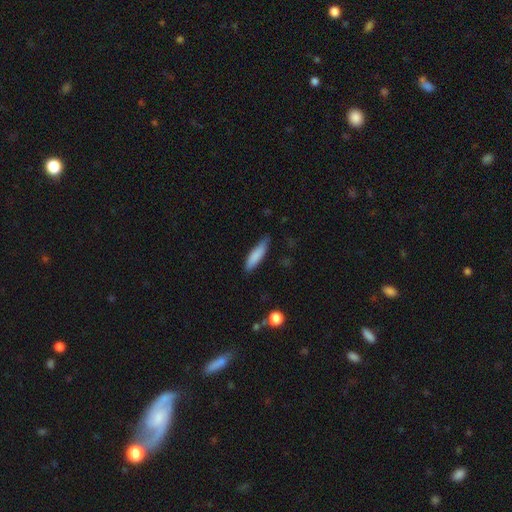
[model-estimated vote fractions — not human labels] This appears to be a smooth galaxy with no disk features (84%) that is cigar-shaped (68%). Merging: none (75%).